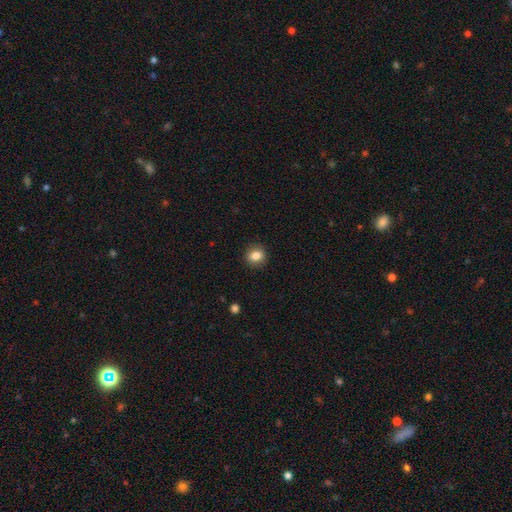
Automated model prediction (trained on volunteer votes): Q: Smooth or featured?
A: smooth (84%); runner-up: star or artifact (10%)
Q: How rounded?
A: round (72%); runner-up: in between (26%)
Q: Merging?
A: none (89%); runner-up: minor disturbance (8%)